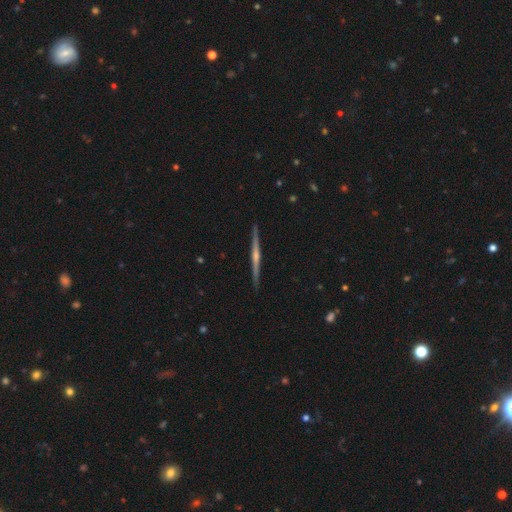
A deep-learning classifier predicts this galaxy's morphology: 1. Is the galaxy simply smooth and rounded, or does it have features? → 78% featured or disk, 15% smooth, 7% star or artifact.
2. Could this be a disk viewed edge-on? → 98% yes, 2% no.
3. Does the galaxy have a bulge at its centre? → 77% rounded, 16% none, 7% boxy.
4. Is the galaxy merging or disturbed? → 91% none, 7% minor disturbance, 1% major disturbance, 1% merger.